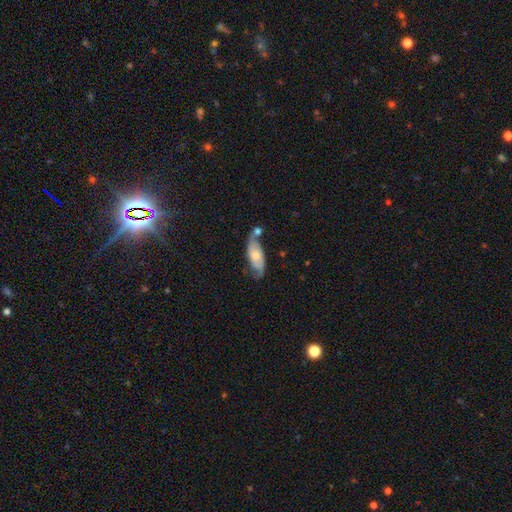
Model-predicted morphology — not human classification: Smooth or featured: featured or disk — 65% (smooth — 29%)
Edge-on disk: no — 90% (yes — 10%)
Bar: no — 68% (weak — 26%)
Spiral arms: yes — 89% (no — 11%)
Spiral winding: medium — 40% (tied with loose — 40%)
Spiral arm count: 2 — 85% (can't tell — 8%)
Bulge size: moderate — 47% (small — 38%)
Merging: none — 47% (minor disturbance — 22%)